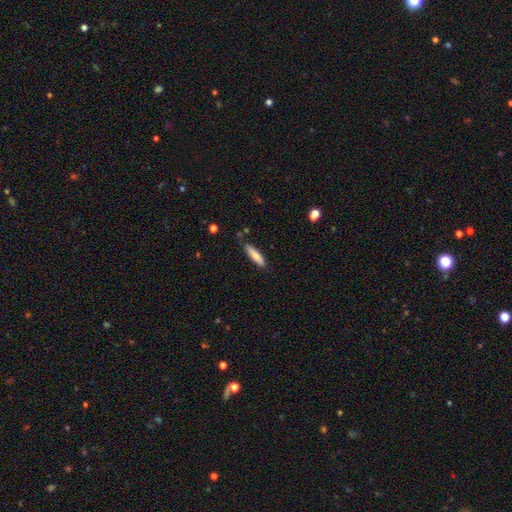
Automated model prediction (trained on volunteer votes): This is likely a smooth galaxy (79%). How rounded: likely cigar-shaped (72%). Merging: clearly none (83%).